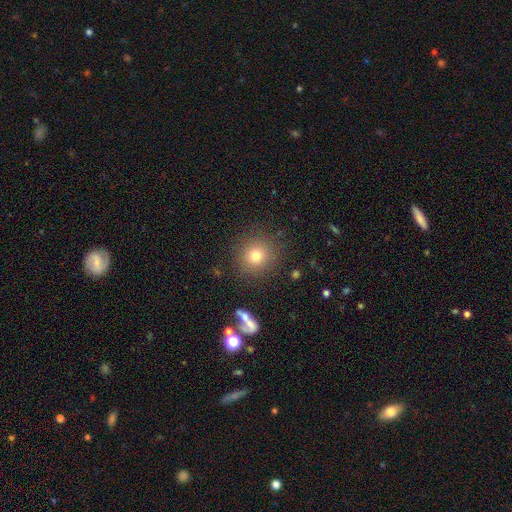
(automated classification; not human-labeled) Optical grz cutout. It shows a smooth galaxy with no disk features (76%) that is round (90%). Merging: none (87%).